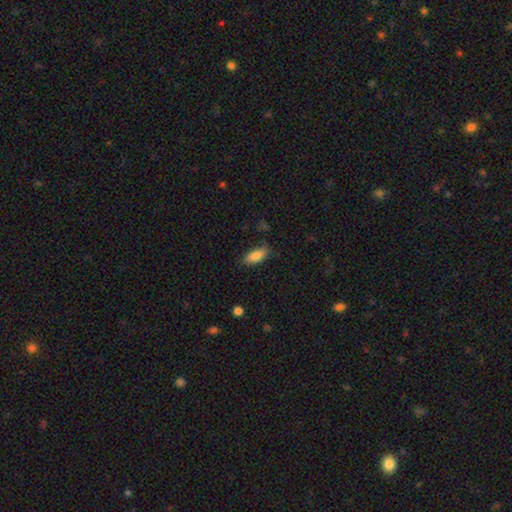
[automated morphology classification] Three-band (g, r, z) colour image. It shows a smooth galaxy with no disk features (84%) that is in between round and cigar-shaped (80%). Merging: none (73%).